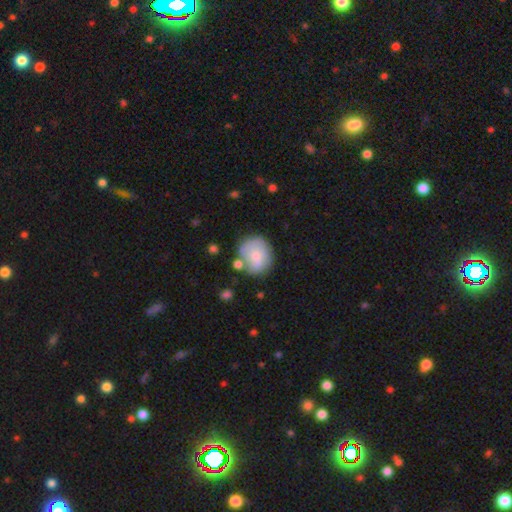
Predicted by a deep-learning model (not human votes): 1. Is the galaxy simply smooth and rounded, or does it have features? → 64% smooth, 29% featured or disk, 7% star or artifact.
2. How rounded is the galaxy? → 72% round, 27% in between, 1% cigar-shaped.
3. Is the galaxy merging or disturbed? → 57% none, 22% minor disturbance, 12% merger, 8% major disturbance.